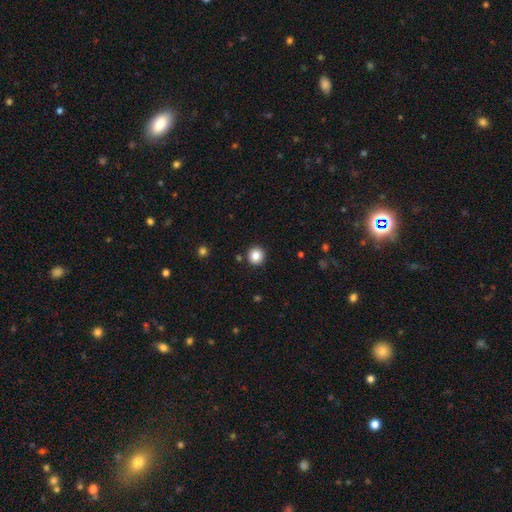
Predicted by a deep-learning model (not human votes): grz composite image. It shows a smooth galaxy with no disk features (85%) that is round (94%). Merging: none (91%).